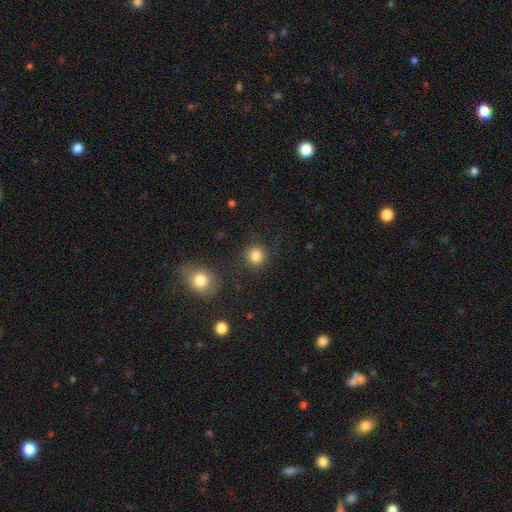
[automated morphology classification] A smooth galaxy with no disk features (85%) that is round (92%). Merging: none (84%).